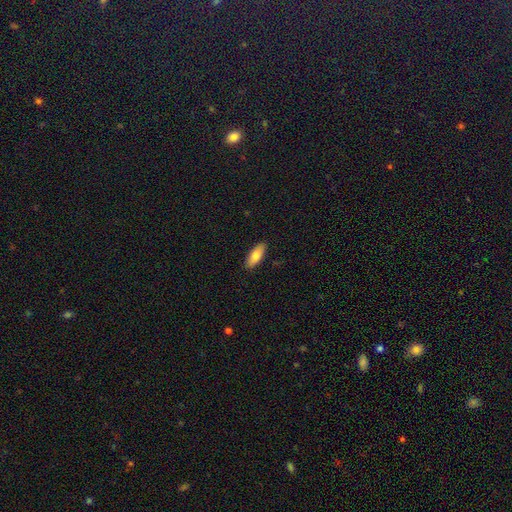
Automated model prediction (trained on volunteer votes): smooth_or_featured: smooth (p=0.79) [alt: featured or disk p=0.15]
how_rounded: in between (p=0.75) [alt: cigar-shaped p=0.23]
merging: none (p=0.89) [alt: minor disturbance p=0.08]